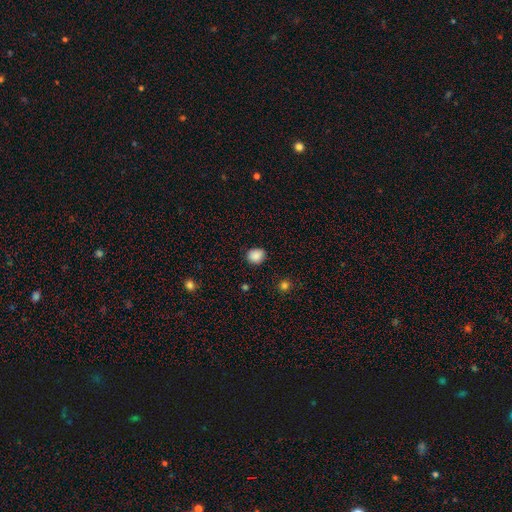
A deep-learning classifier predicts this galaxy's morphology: type=smooth (88%); roundness=round (73%); merging=none (86%).